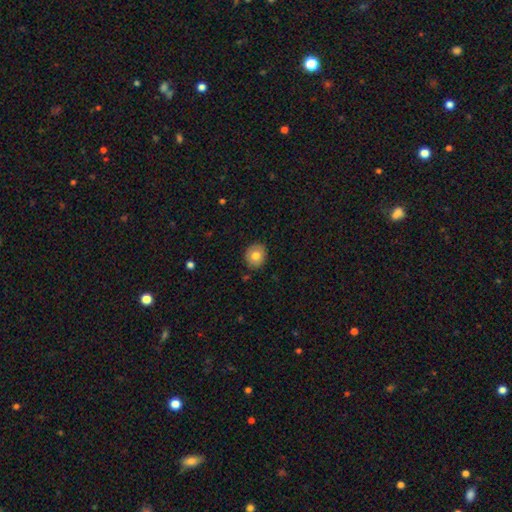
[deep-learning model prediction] Smooth or featured?
  - smooth: 77% *
  - featured or disk: 14%
  - star or artifact: 9%
How rounded?
  - round: 75% *
  - in between: 24%
  - cigar-shaped: 1%
Merging?
  - none: 87% *
  - minor disturbance: 10%
  - major disturbance: 2%
  - merger: 1%